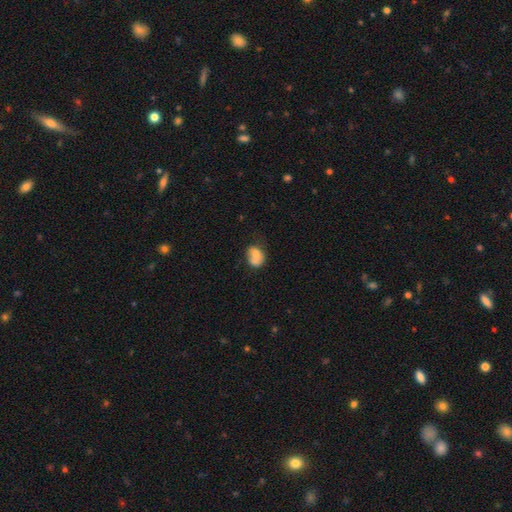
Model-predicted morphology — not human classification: This appears to be a smooth galaxy with no disk features (69%) that is in between round and cigar-shaped (60%). Merging: merger (36%).